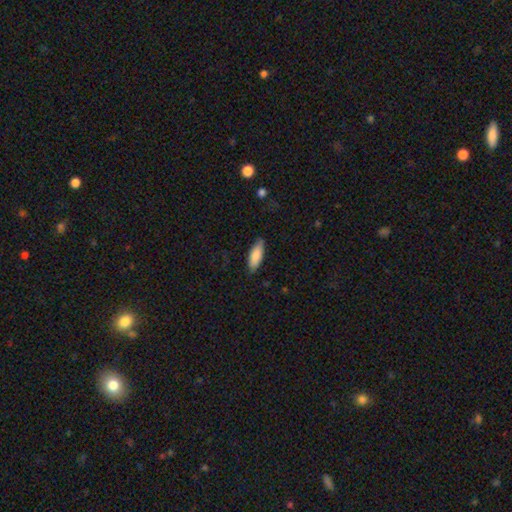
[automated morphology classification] This appears to be a smooth galaxy with no disk features (85%) that is in between round and cigar-shaped (69%). Merging: none (84%).